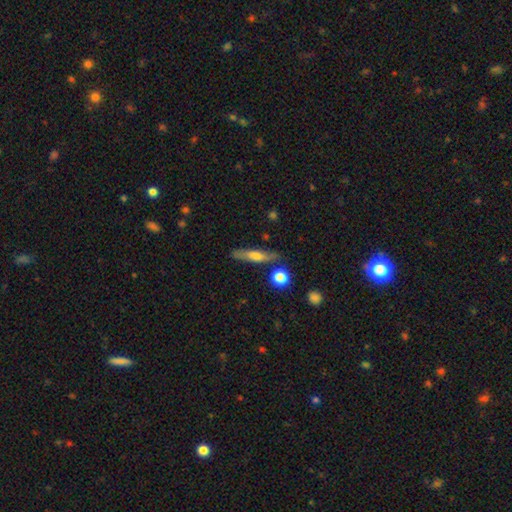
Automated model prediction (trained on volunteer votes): This is possibly a smooth galaxy (53%). How rounded: clearly cigar-shaped (80%). Merging: likely none (79%).